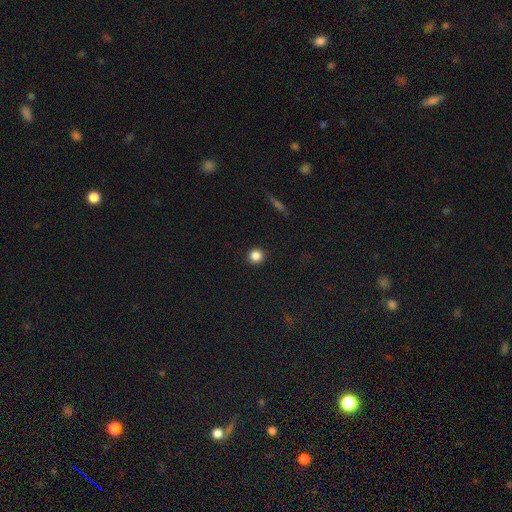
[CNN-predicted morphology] A smooth galaxy with no disk features (84%) that is round (94%).

Vote fractions:
- Smooth or featured? smooth: 84% / star or artifact: 11% / featured or disk: 4%
- How rounded? round: 94% / in between: 5% / cigar-shaped: 1%
- Merging? none: 93% / minor disturbance: 4% / major disturbance: 2% / merger: 1%